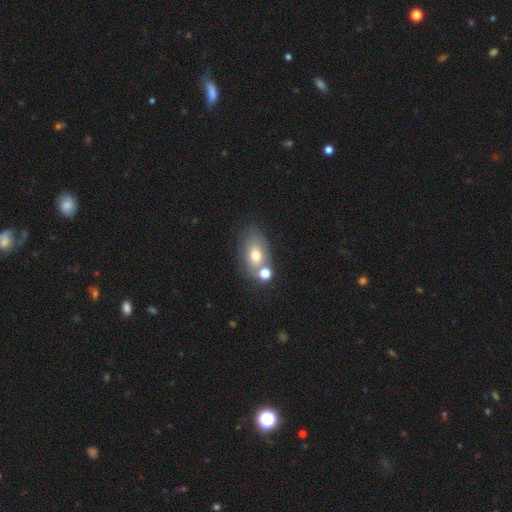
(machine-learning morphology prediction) smooth-or-featured: smooth: 66% | featured or disk: 23% | star or artifact: 11%
  how-rounded: in between: 84% | round: 14% | cigar-shaped: 2%
  merging: none: 52% | merger: 25% | minor disturbance: 17% | major disturbance: 6%